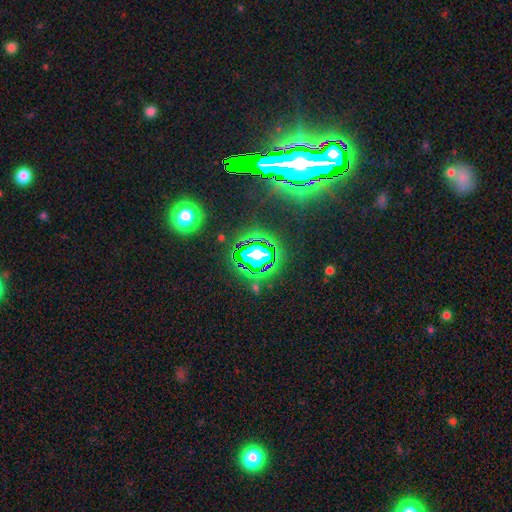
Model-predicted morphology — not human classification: star or artifact 70%, smooth 18%, featured or disk 12%.